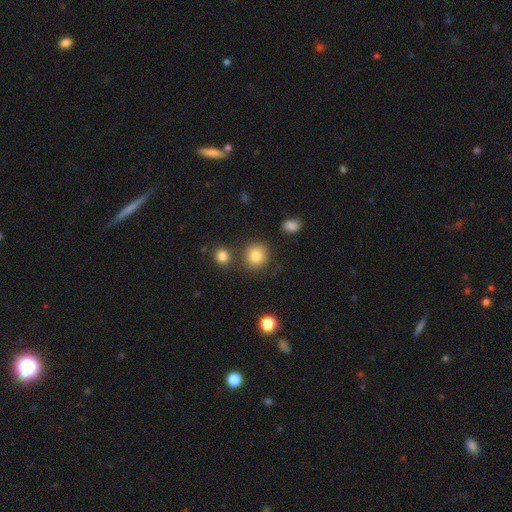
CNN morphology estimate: Smooth or featured? Predicted: smooth (p=0.84). How rounded? Predicted: round (p=0.84). Merging? Predicted: none (p=0.79).